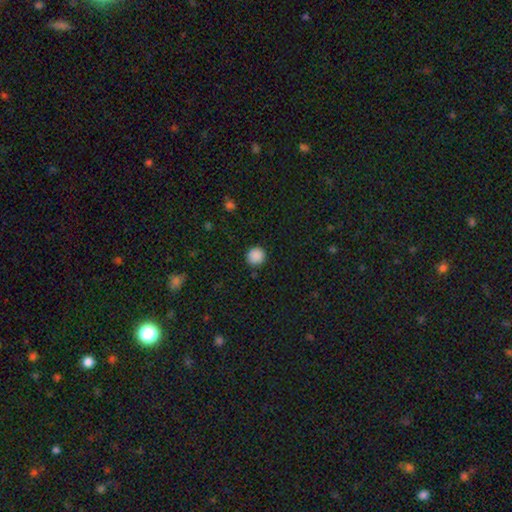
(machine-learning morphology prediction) Smooth or featured? Predicted: smooth (p=0.88). How rounded? Predicted: round (p=0.94). Merging? Predicted: none (p=0.91).